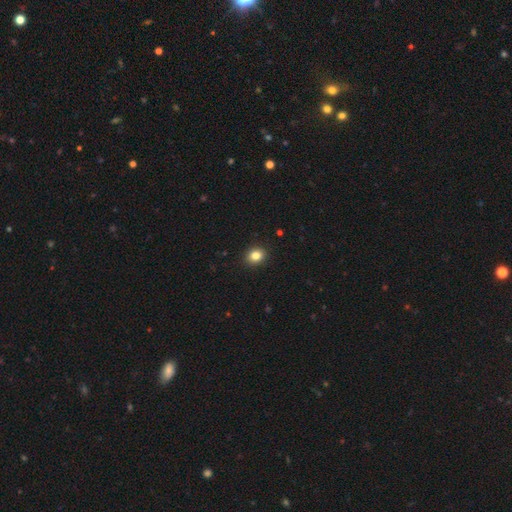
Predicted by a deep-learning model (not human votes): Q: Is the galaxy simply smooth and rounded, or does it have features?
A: smooth — 84%.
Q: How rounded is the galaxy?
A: round — 57%.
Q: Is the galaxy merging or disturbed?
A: none — 91%.